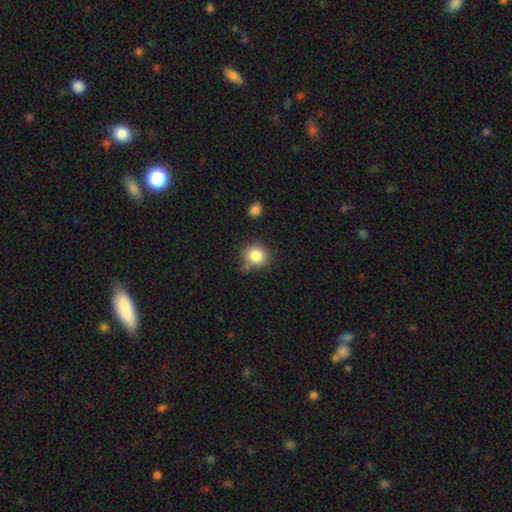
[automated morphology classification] A smooth galaxy with no disk features (84%) that is round (82%).

Vote fractions:
- Smooth or featured? smooth: 84% / star or artifact: 10% / featured or disk: 6%
- How rounded? round: 82% / in between: 17% / cigar-shaped: 1%
- Merging? none: 74% / minor disturbance: 15% / merger: 7% / major disturbance: 4%